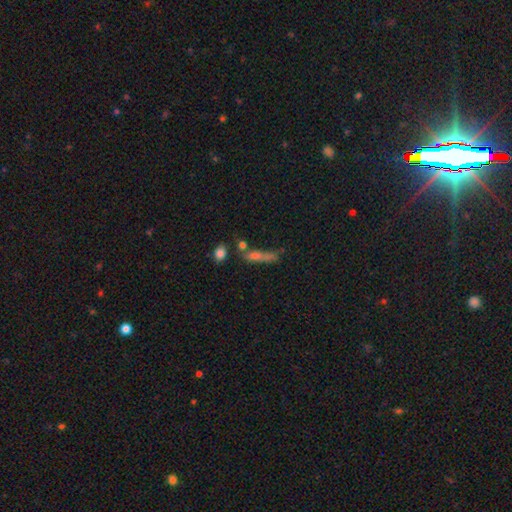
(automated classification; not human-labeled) A smooth galaxy with no disk features (53%) that is cigar-shaped (74%).

Vote fractions:
- Smooth or featured? smooth: 53% / featured or disk: 29% / star or artifact: 18%
- How rounded? cigar-shaped: 74% / in between: 20% / round: 6%
- Merging? none: 46% / merger: 20% / minor disturbance: 19% / major disturbance: 15%